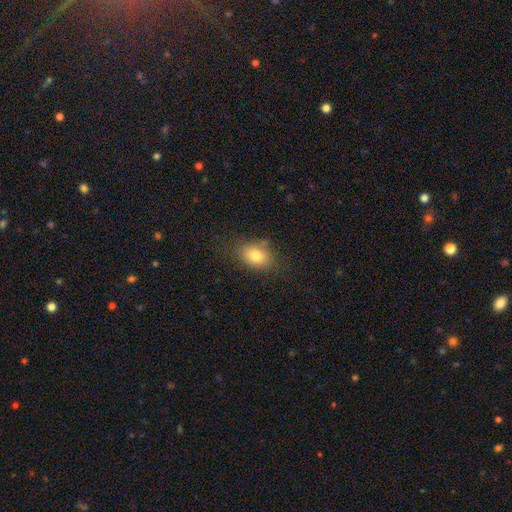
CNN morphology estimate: This is likely a smooth galaxy (79%). How rounded: likely in between (72%). Merging: likely none (77%).